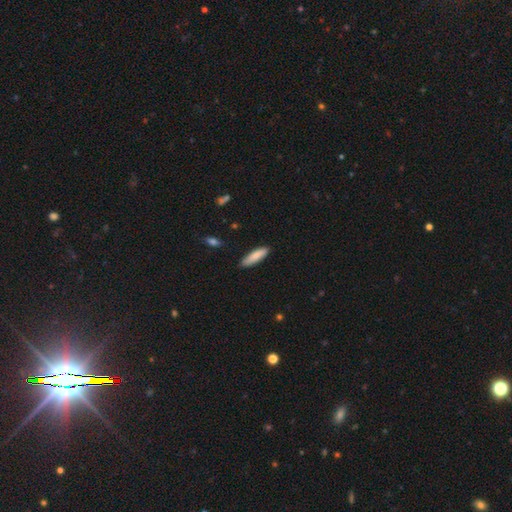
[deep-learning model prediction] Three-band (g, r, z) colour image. It shows a smooth galaxy with no disk features (85%) that is cigar-shaped (65%). Merging: none (86%).